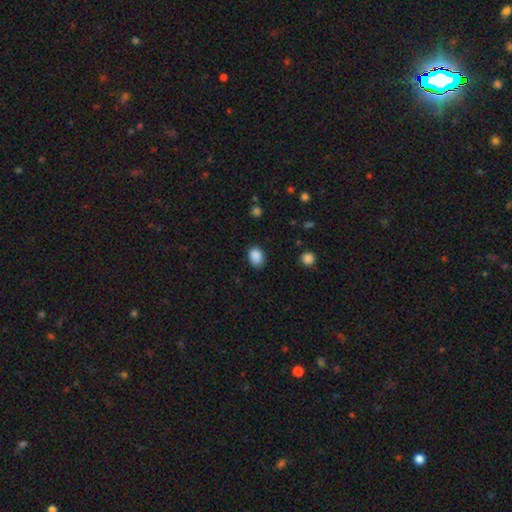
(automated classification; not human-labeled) Smooth or featured: smooth — 88% (star or artifact — 9%)
How rounded: in between — 65% (round — 34%)
Merging: none — 81% (minor disturbance — 15%)